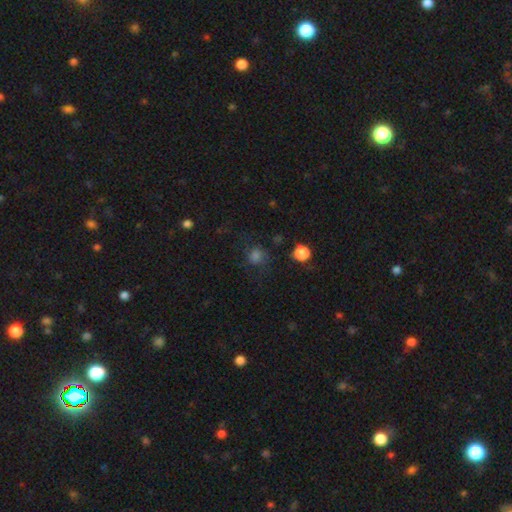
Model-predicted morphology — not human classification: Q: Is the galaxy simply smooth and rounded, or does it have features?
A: smooth — 69%.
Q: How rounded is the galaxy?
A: round — 82%.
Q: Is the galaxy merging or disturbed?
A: none — 67%.